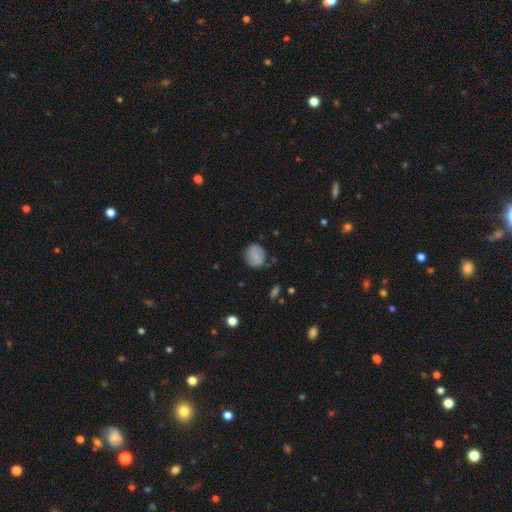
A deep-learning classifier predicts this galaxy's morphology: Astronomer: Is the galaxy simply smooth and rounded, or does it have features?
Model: smooth — 70%.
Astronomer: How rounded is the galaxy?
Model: round — 73%.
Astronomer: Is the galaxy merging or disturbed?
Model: none — 72%.